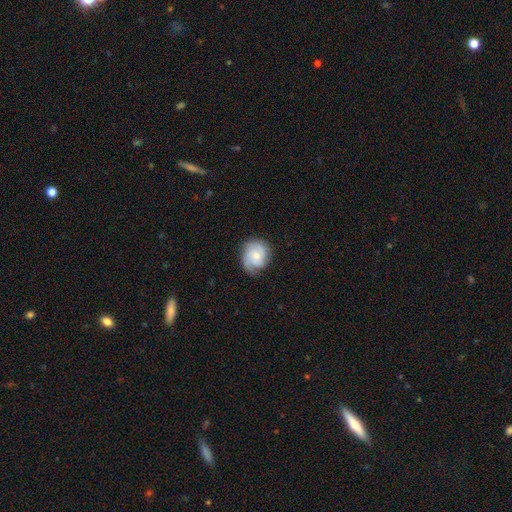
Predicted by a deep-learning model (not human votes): The model was most divided on "bulge size": small: 52%, moderate: 43%, large: 2%, none: 2%, dominant: 1%. Remaining: edge-on disk — no (98%); spiral arms — yes (92%); bar — no (75%); merging — none (71%); smooth or featured — featured or disk (61%); spiral winding — tight (51%); spiral arm count — 3 (38%).